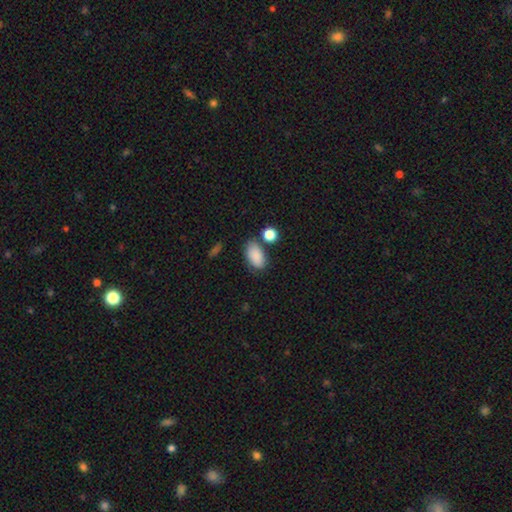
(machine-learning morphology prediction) smooth_or_featured: smooth (p=0.86) [alt: star or artifact p=0.08]
how_rounded: in between (p=0.92) [alt: round p=0.06]
merging: none (p=0.67) [alt: minor disturbance p=0.17]